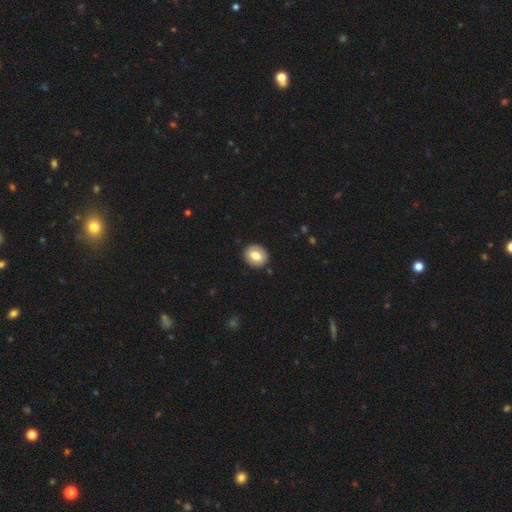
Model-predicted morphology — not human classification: Q: Smooth or featured?
A: smooth (75%); runner-up: featured or disk (17%)
Q: How rounded?
A: round (75%); runner-up: in between (24%)
Q: Merging?
A: none (91%); runner-up: minor disturbance (7%)